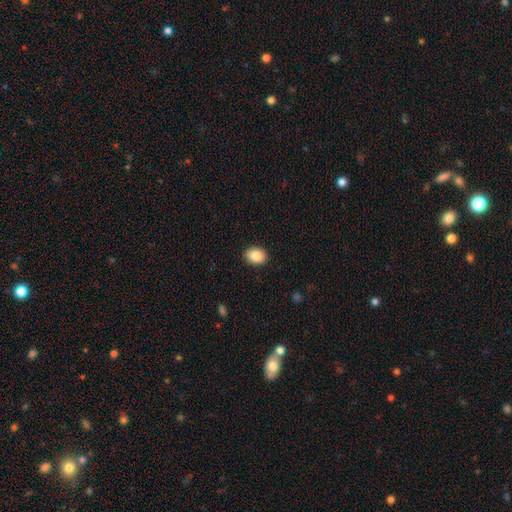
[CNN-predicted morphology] The model was most divided on "how rounded": in between: 75%, round: 24%, cigar-shaped: 1%. More confident: merging — none (89%); smooth or featured — smooth (87%).